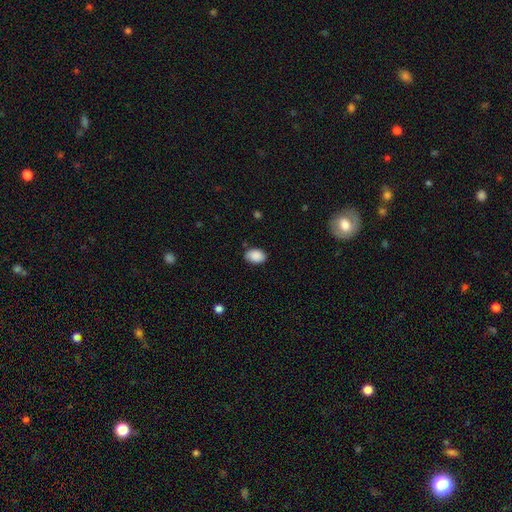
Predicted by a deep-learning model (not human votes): smooth-or-featured: smooth: 89% | star or artifact: 7% | featured or disk: 4%
  how-rounded: in between: 84% | round: 15% | cigar-shaped: 1%
  merging: none: 80% | minor disturbance: 16% | major disturbance: 3% | merger: 1%